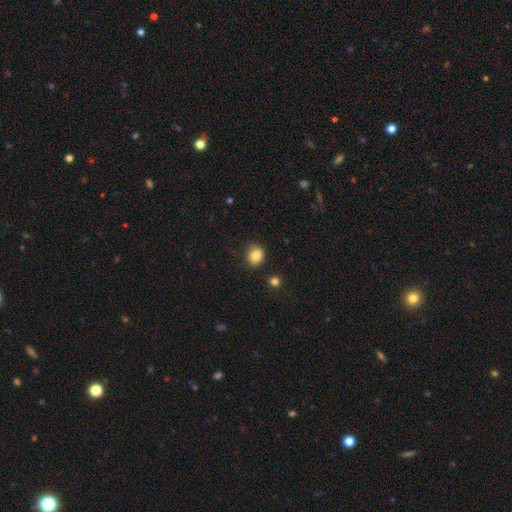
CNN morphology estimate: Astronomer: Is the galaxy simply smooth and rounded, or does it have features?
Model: smooth — 85%.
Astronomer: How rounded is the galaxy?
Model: round — 71%.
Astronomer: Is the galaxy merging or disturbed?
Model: none — 83%.